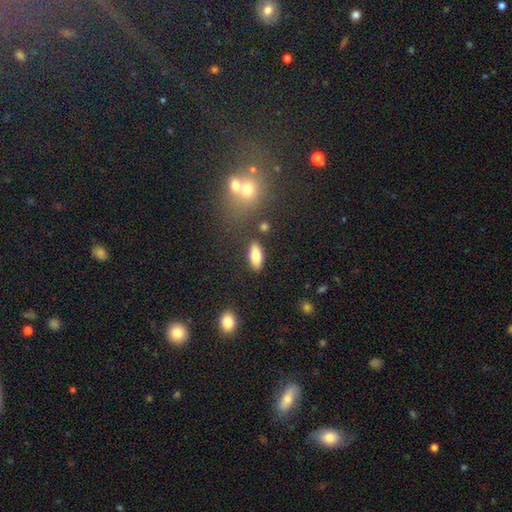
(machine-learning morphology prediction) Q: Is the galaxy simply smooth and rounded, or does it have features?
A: smooth — 80%.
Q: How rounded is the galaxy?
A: in between — 80%.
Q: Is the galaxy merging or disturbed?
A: none — 83%.